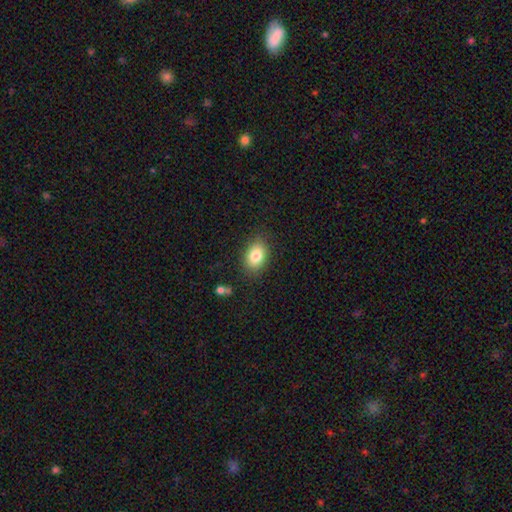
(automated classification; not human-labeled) Smooth or featured? Predicted: smooth (p=0.82). How rounded? Predicted: in between (p=0.77). Merging? Predicted: none (p=0.84).